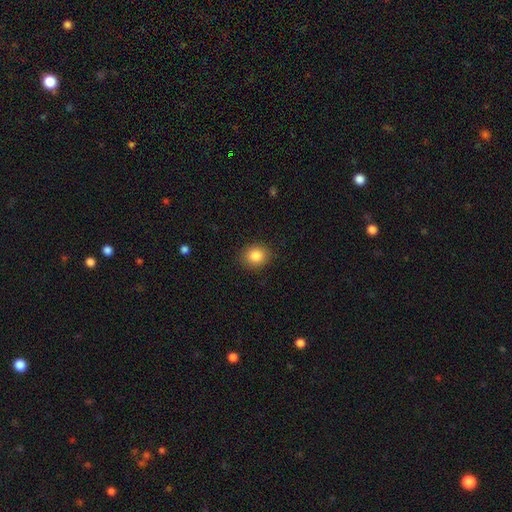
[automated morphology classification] Smooth or featured: smooth — 85% (star or artifact — 10%)
How rounded: round — 71% (in between — 28%)
Merging: none — 89% (minor disturbance — 8%)